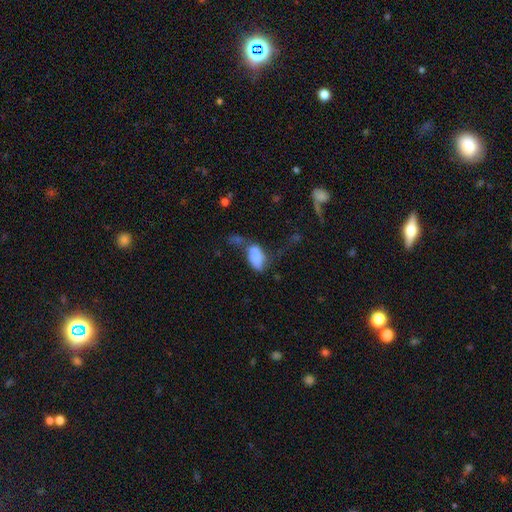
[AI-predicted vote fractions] smooth-or-featured: smooth: 65% | featured or disk: 23% | star or artifact: 11%
  how-rounded: in between: 86% | round: 11% | cigar-shaped: 3%
  merging: merger: 46% | major disturbance: 23% | none: 16% | minor disturbance: 14%